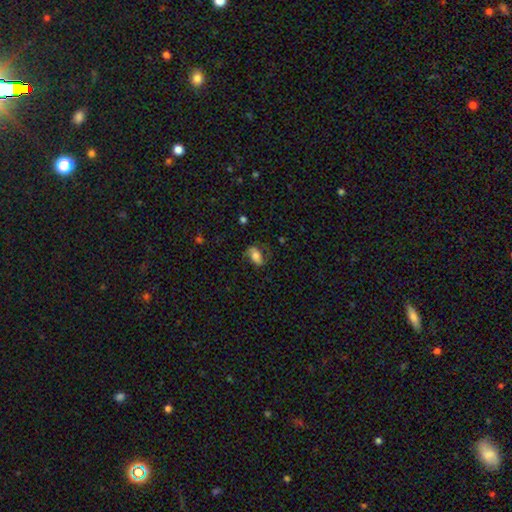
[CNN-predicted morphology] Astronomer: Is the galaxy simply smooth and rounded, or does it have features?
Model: featured or disk — 50% (runner-up: smooth, 41%).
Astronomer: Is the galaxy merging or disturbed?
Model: none — 66%.